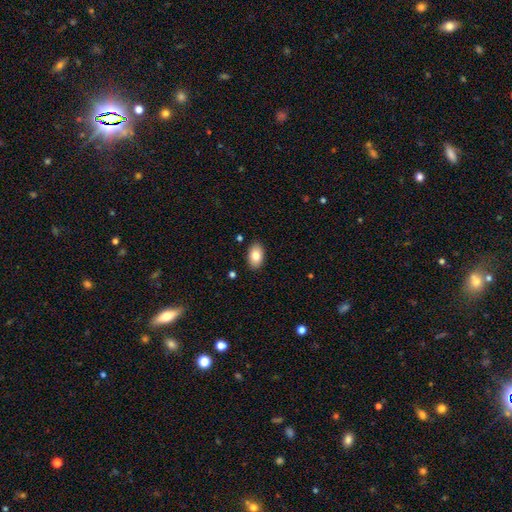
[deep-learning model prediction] Morphology: type=smooth (83%); roundness=in between (91%); merging=none (88%).